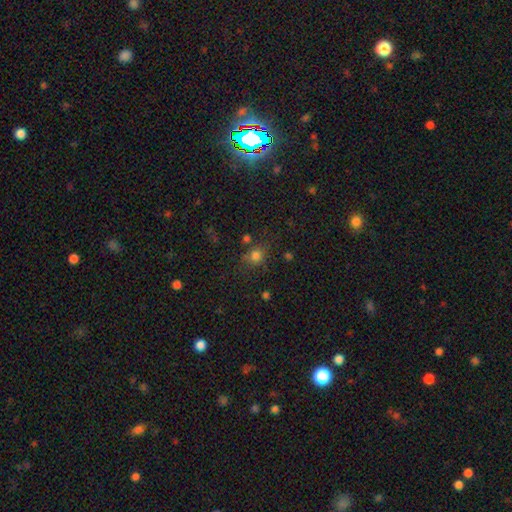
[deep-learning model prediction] This is likely a smooth galaxy (77%). How rounded: likely round (75%). Merging: likely none (69%).